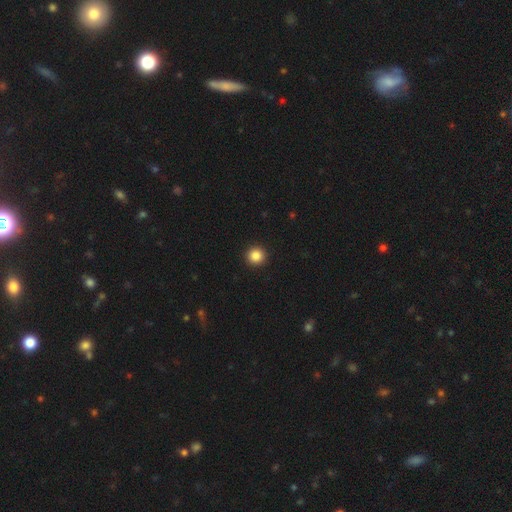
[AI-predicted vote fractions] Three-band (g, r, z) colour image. It shows a smooth galaxy with no disk features (86%) that is round (95%). Merging: none (94%).